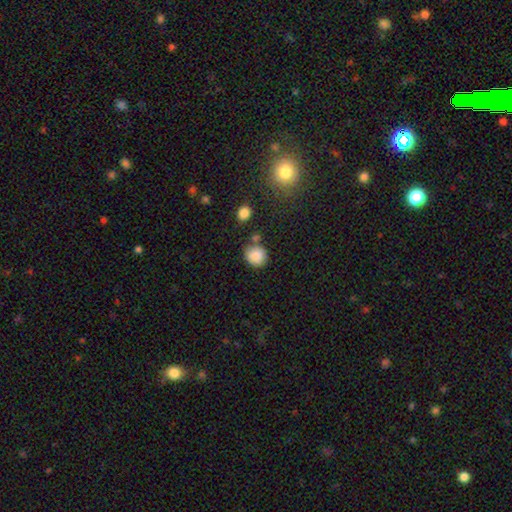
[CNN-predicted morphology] type=smooth (86%); roundness=round (85%); merging=none (73%).